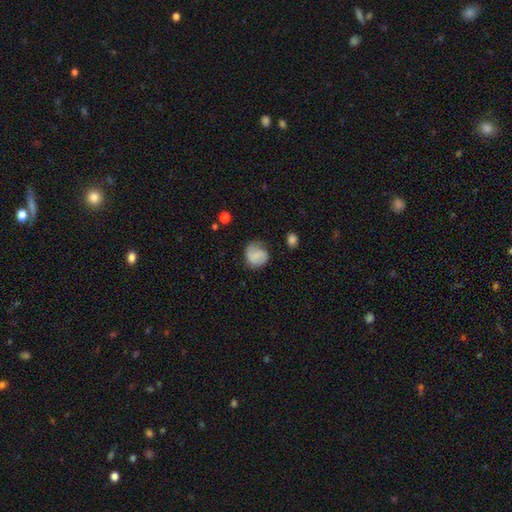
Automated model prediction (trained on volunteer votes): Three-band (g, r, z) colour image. It shows a smooth galaxy with no disk features (67%) that is round (76%). Merging: none (59%).